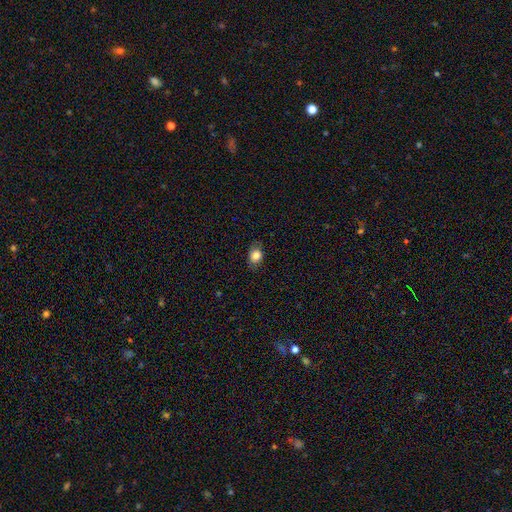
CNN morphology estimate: Smooth or featured? Predicted: smooth (p=0.81). How rounded? Predicted: in between (p=0.70). Merging? Predicted: none (p=0.78).